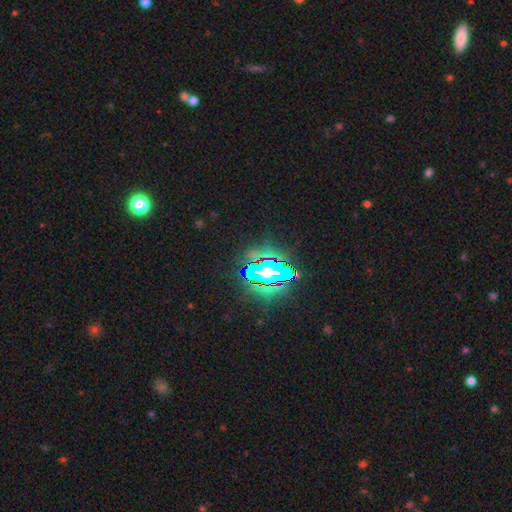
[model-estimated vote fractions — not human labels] Smooth or featured?
  - star or artifact: 75% *
  - smooth: 13%
  - featured or disk: 12%